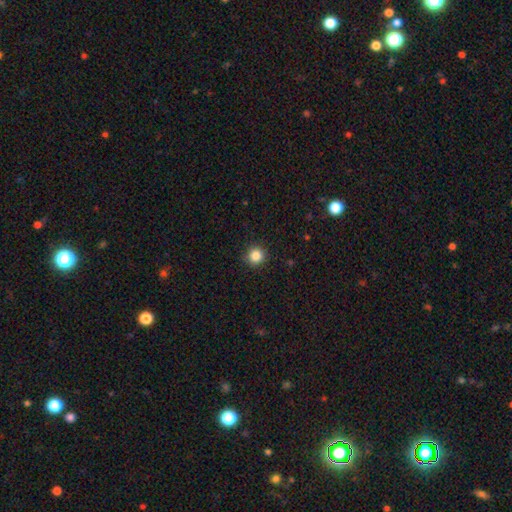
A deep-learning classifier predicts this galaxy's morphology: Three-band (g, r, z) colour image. It shows a smooth galaxy with no disk features (85%) that is round (94%). Merging: none (91%).